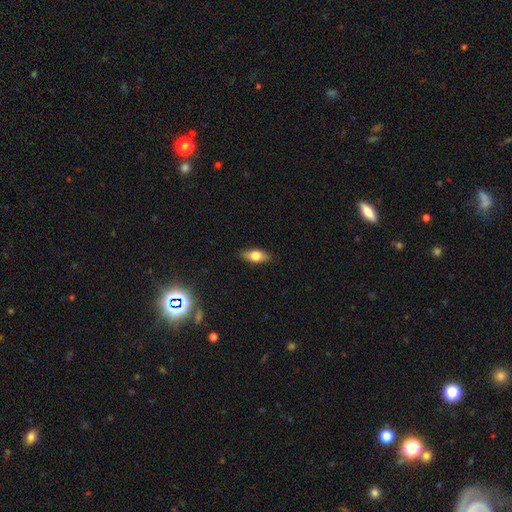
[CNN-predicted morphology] smooth-or-featured: smooth: 65% | featured or disk: 27% | star or artifact: 8%
  how-rounded: in between: 77% | cigar-shaped: 17% | round: 5%
  merging: none: 87% | minor disturbance: 10% | major disturbance: 2% | merger: 1%